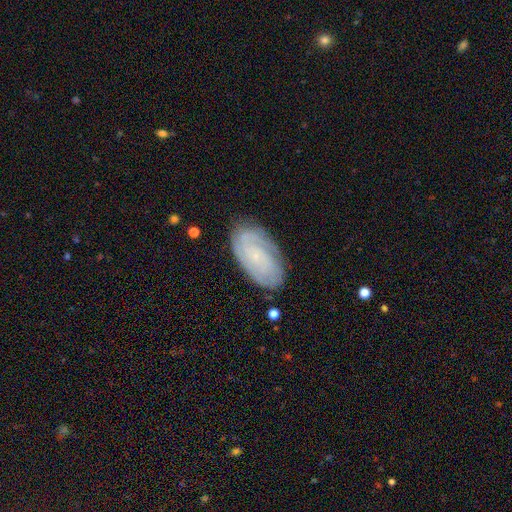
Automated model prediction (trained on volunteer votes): Smooth or featured?
  - featured or disk: 66% *
  - smooth: 25%
  - star or artifact: 9%
Edge-on disk?
  - no: 95% *
  - yes: 5%
Bar?
  - no: 71% *
  - weak: 24%
  - strong: 5%
Spiral arms?
  - yes: 90% *
  - no: 10%
Spiral winding?
  - tight: 72% *
  - medium: 22%
  - loose: 6%
Spiral arm count?
  - can't tell: 44% *
  - 2: 25%
  - 3: 13%
  - 4: 8%
  - 1: 5%
  - more than 4: 5%
Bulge size?
  - small: 74% *
  - none: 12%
  - moderate: 11%
  - large: 1%
  - dominant: 1%
Merging?
  - none: 80% *
  - minor disturbance: 15%
  - major disturbance: 4%
  - merger: 1%